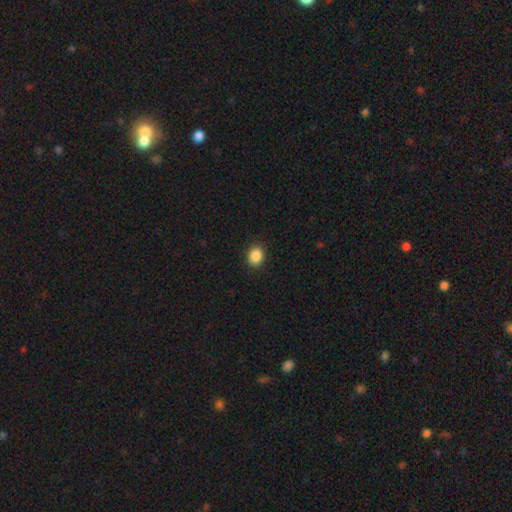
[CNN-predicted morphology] A smooth galaxy with no disk features (88%) that is round (56%). Merging: none (90%).